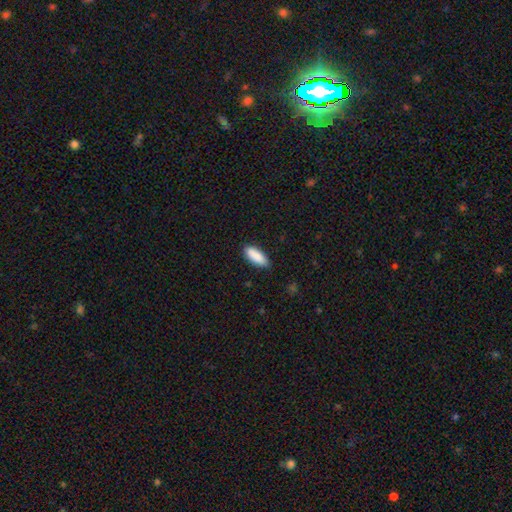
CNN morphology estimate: A smooth galaxy with no disk features (88%) that is in between round and cigar-shaped (77%). Merging: none (82%).